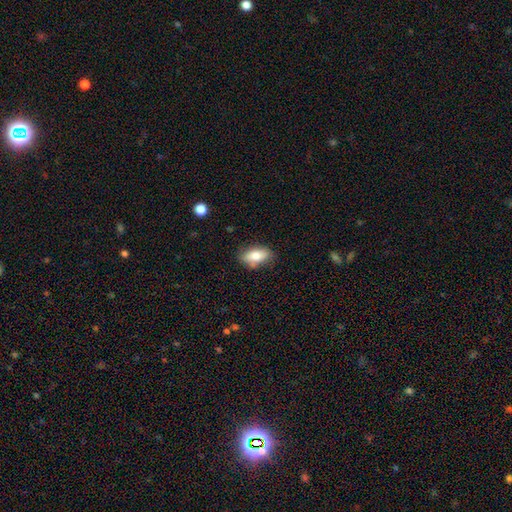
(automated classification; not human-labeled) Overall: smooth (77%). How rounded: in between (88%). Merging: none (77%).